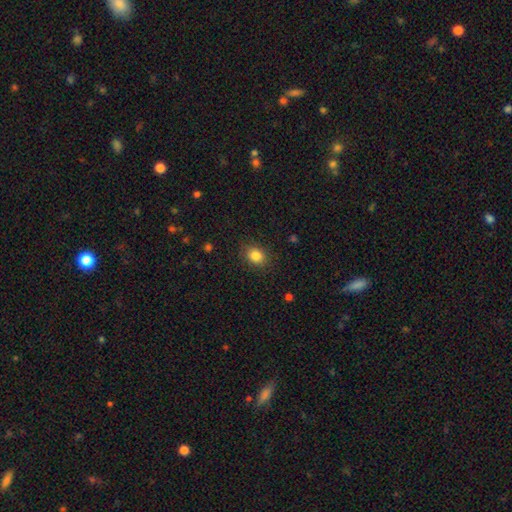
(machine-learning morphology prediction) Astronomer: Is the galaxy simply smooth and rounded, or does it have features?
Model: smooth — 84%.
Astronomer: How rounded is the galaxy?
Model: round — 51% (runner-up: in between, 49%).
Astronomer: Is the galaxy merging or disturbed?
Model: none — 86%.